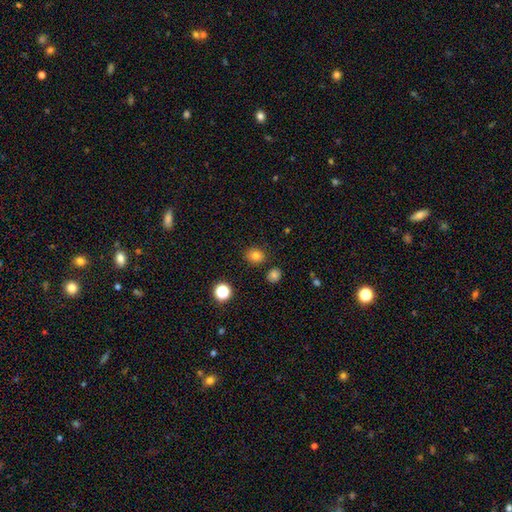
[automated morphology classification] The model was most divided on "how rounded": round: 72%, in between: 27%, cigar-shaped: 1%. More confident: merging — none (86%); smooth or featured — smooth (79%).